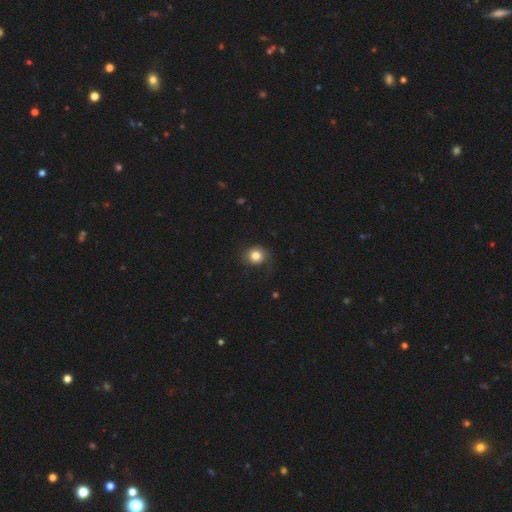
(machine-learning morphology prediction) Smooth or featured? Predicted: smooth (p=0.82). How rounded? Predicted: round (p=0.81). Merging? Predicted: none (p=0.70).